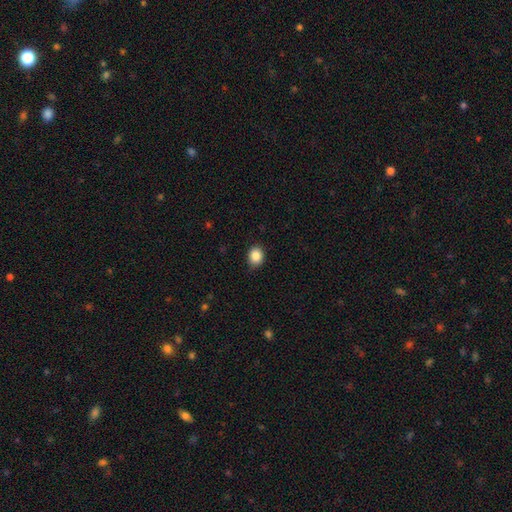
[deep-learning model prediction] Smooth or featured? Predicted: smooth (p=0.87). How rounded? Predicted: round (p=0.59). Merging? Predicted: none (p=0.84).